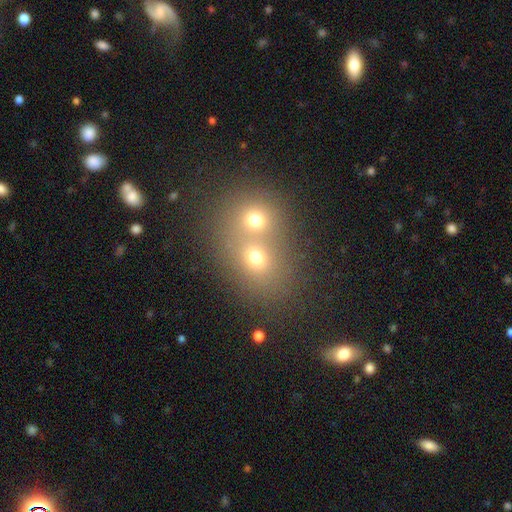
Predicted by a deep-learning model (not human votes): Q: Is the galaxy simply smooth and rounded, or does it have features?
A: smooth — 64%.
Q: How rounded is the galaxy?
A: round — 64%.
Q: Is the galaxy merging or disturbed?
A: merger — 61%.